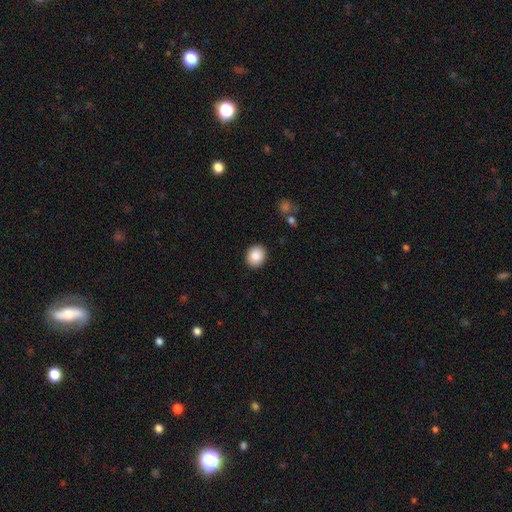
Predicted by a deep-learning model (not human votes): Smooth or featured: smooth — 88% (star or artifact — 8%)
How rounded: round — 70% (in between — 29%)
Merging: none — 91% (minor disturbance — 6%)